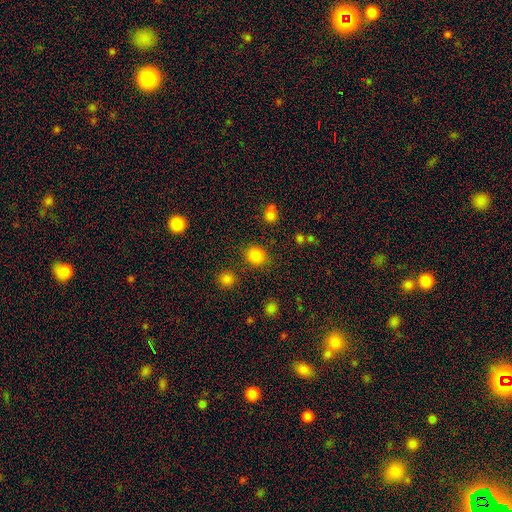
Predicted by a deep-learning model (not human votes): This appears to be a smooth galaxy with no disk features (83%) that is round (81%). Merging: none (85%).